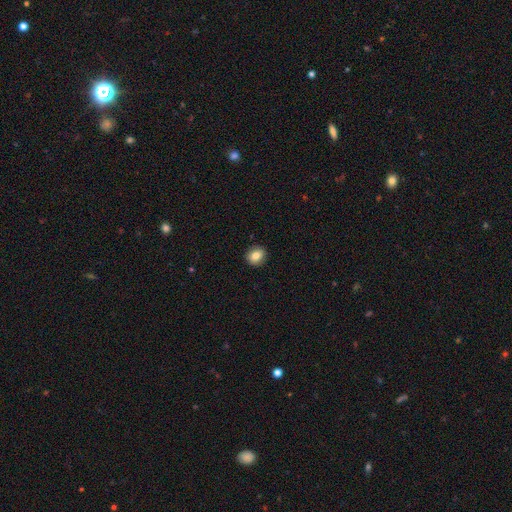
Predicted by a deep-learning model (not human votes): A smooth galaxy with no disk features (83%) that is round (65%). Merging: none (89%).